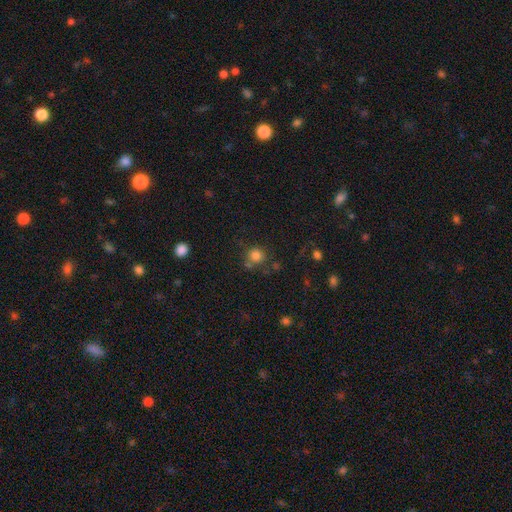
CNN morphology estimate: This is clearly a smooth galaxy (80%). How rounded: clearly round (90%). Merging: likely none (68%).